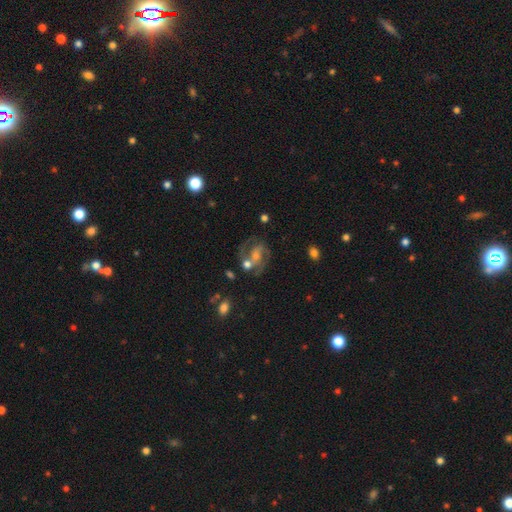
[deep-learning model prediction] Smooth or featured? Predicted: featured or disk (p=0.77). Edge-on disk? Predicted: no (p=0.97). Bar? Predicted: weak (p=0.42). Spiral arms? Predicted: yes (p=0.90). Spiral winding? Predicted: medium (p=0.56). Spiral arm count? Predicted: 2 (p=0.75). Bulge size? Predicted: moderate (p=0.43, tied with small). Merging? Predicted: none (p=0.53).